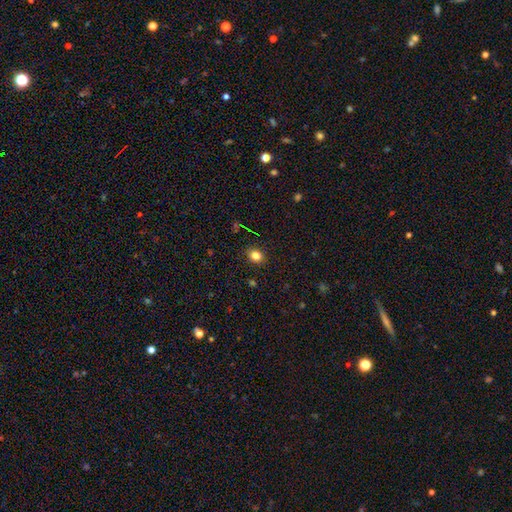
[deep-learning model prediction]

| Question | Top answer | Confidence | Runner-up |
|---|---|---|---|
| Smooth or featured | smooth | 81% | star or artifact (13%) |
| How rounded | round | 58% | in between (41%) |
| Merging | none | 89% | minor disturbance (8%) |